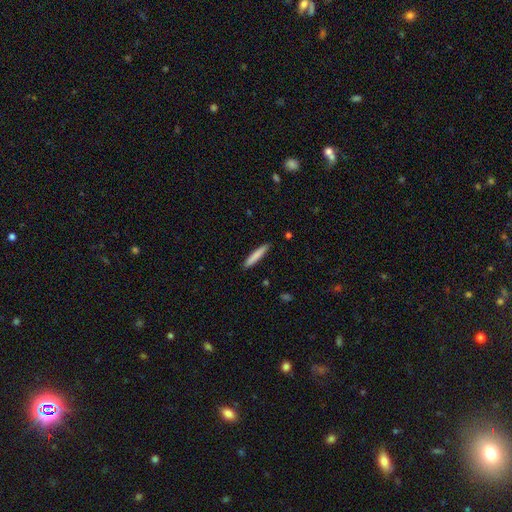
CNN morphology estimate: Smooth or featured?
  - smooth: 82% *
  - featured or disk: 13%
  - star or artifact: 6%
How rounded?
  - cigar-shaped: 93% *
  - in between: 6%
  - round: 1%
Merging?
  - none: 90% *
  - minor disturbance: 8%
  - major disturbance: 1%
  - merger: 1%